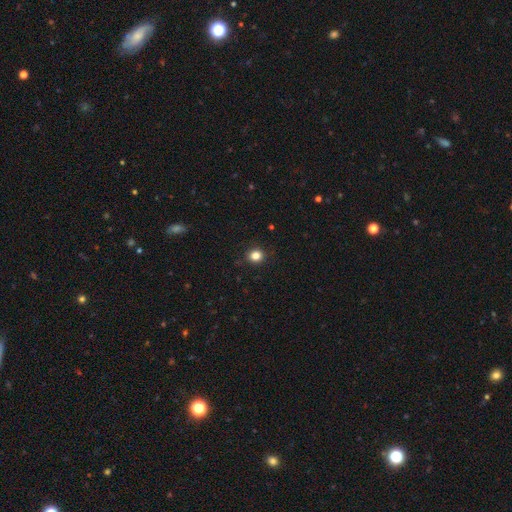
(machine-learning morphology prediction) Smooth or featured?
  - smooth: 84% *
  - star or artifact: 12%
  - featured or disk: 5%
How rounded?
  - round: 84% *
  - in between: 15%
  - cigar-shaped: 1%
Merging?
  - none: 90% *
  - minor disturbance: 7%
  - major disturbance: 2%
  - merger: 1%